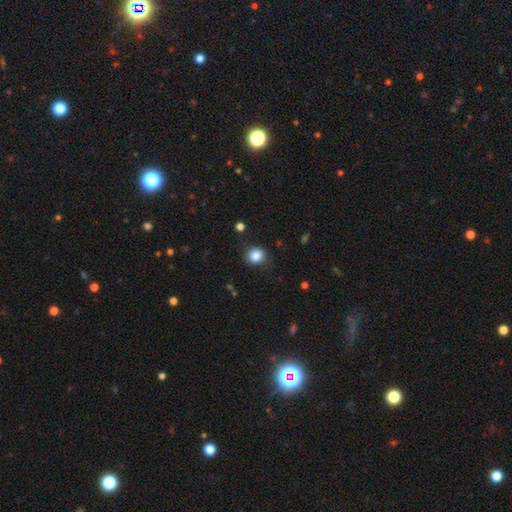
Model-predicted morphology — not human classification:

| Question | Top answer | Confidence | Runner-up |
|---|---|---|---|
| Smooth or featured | smooth | 85% | star or artifact (10%) |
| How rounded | round | 77% | in between (22%) |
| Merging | none | 84% | minor disturbance (11%) |